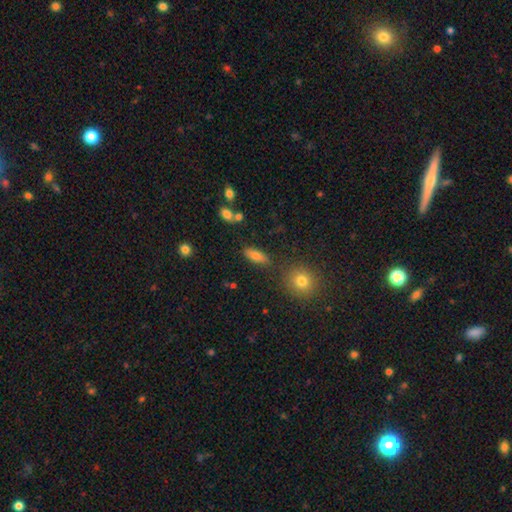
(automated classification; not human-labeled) Smooth or featured? smooth (77%)
How rounded? in between (76%)
Merging? none (79%)